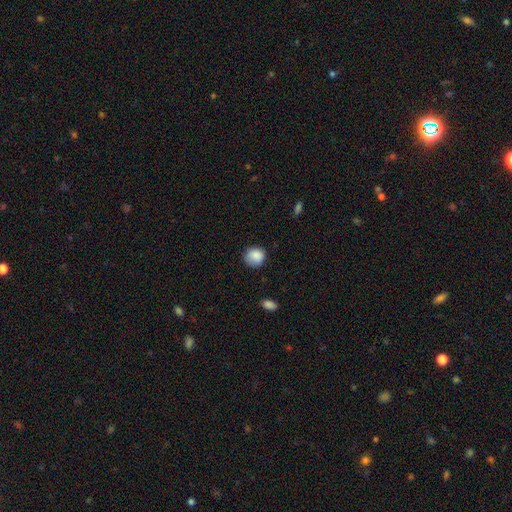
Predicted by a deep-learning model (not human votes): Smooth or featured? smooth (87%)
How rounded? round (85%)
Merging? none (75%)